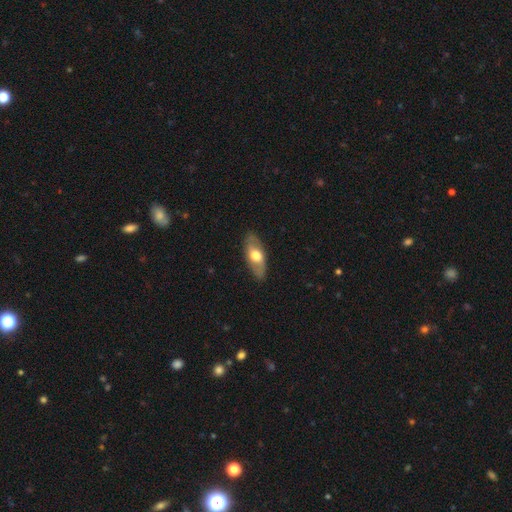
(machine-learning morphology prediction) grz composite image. It shows a smooth galaxy with no disk features (50%). Merging: none (85%).